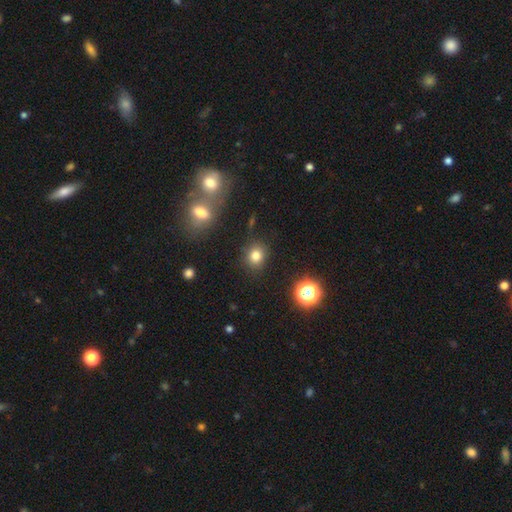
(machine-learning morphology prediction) Smooth or featured?
  - smooth: 81% *
  - star or artifact: 13%
  - featured or disk: 6%
How rounded?
  - round: 73% *
  - in between: 26%
  - cigar-shaped: 1%
Merging?
  - none: 85% *
  - minor disturbance: 10%
  - major disturbance: 3%
  - merger: 3%